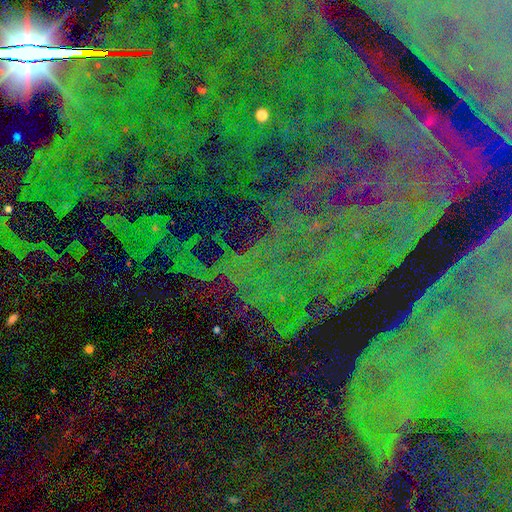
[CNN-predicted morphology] Smooth or featured?
  - star or artifact: 85% *
  - featured or disk: 8%
  - smooth: 7%